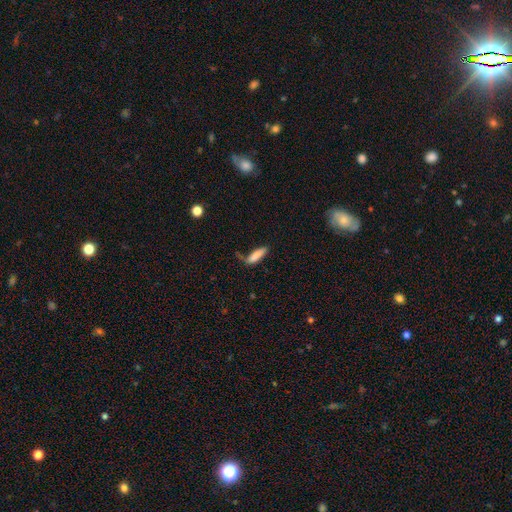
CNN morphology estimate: Overall: smooth (81%). How rounded: cigar-shaped (59%; in between 39%). Merging: none (49%; minor disturbance 28%).